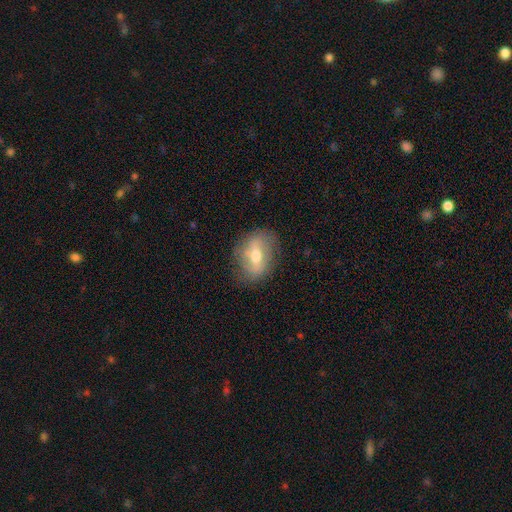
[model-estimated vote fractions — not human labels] Smooth or featured?
  - featured or disk: 53% *
  - smooth: 39%
  - star or artifact: 8%
Edge-on disk?
  - no: 84% *
  - yes: 16%
Merging?
  - none: 78% *
  - minor disturbance: 16%
  - major disturbance: 5%
  - merger: 1%